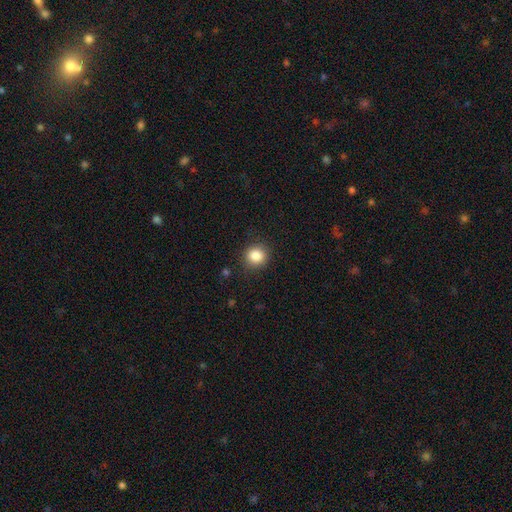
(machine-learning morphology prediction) Smooth or featured: smooth — 85% (star or artifact — 10%)
How rounded: round — 87% (in between — 12%)
Merging: none — 87% (minor disturbance — 9%)